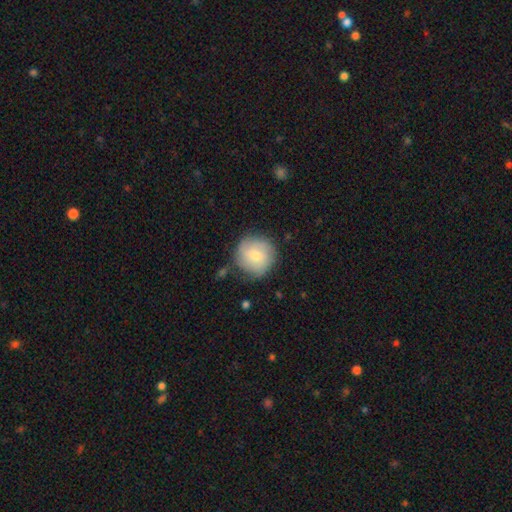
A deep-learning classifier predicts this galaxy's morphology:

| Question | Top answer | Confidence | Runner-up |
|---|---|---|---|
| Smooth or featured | smooth | 60% | featured or disk (33%) |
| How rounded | round | 94% | in between (5%) |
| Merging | none | 76% | minor disturbance (16%) |